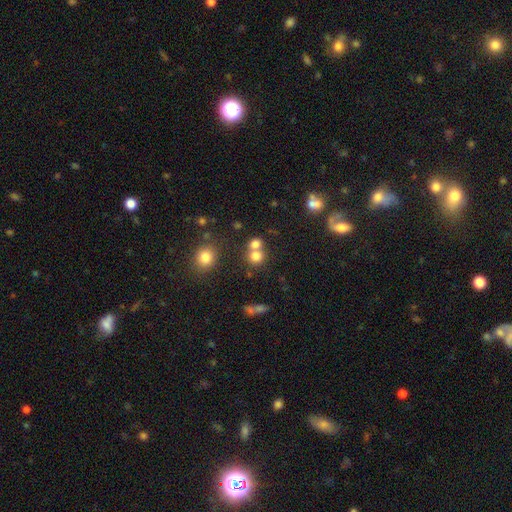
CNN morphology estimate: Smooth or featured? smooth (76%)
How rounded? round (82%)
Merging? merger (45%, tied with none)